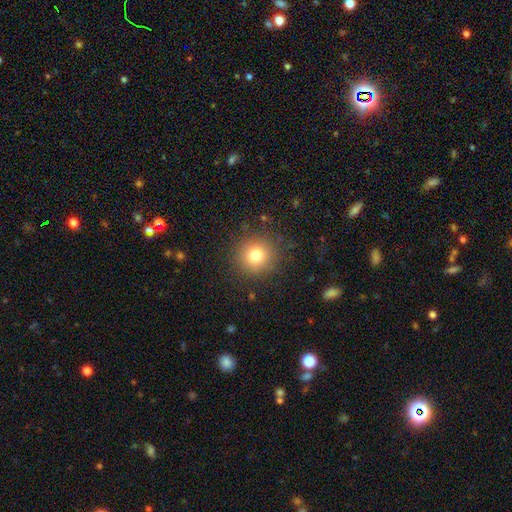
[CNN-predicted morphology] A smooth galaxy with no disk features (77%) that is round (93%).

Vote fractions:
- Smooth or featured? smooth: 77% / star or artifact: 14% / featured or disk: 9%
- How rounded? round: 93% / in between: 6% / cigar-shaped: 1%
- Merging? none: 88% / minor disturbance: 7% / major disturbance: 3% / merger: 1%